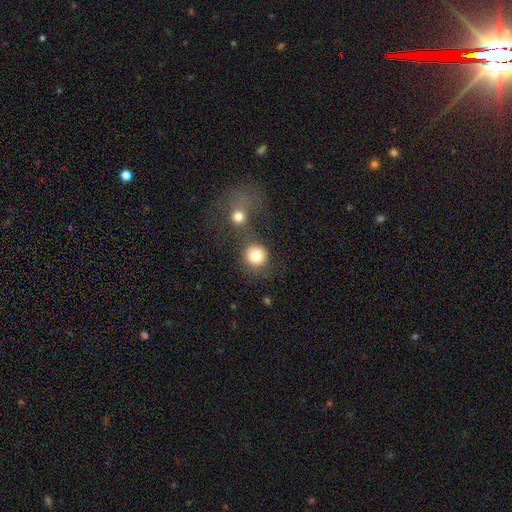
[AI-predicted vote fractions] This appears to be a smooth galaxy with no disk features (82%) that is round (90%). Merging: none (63%).